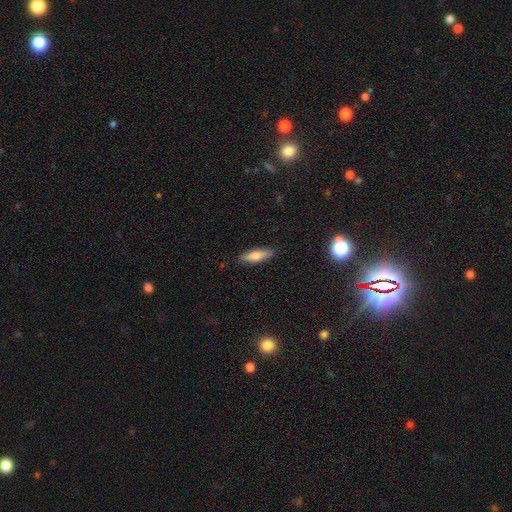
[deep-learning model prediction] This appears to be a smooth galaxy with no disk features (66%) that is cigar-shaped (59%). Merging: none (88%).